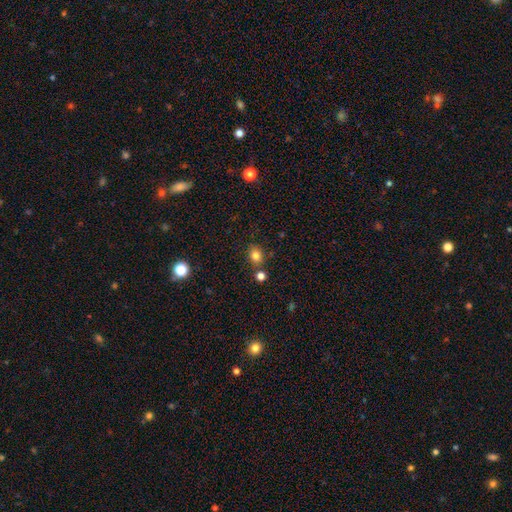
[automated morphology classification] A smooth galaxy with no disk features (82%) that is round (53%). Merging: none (74%).